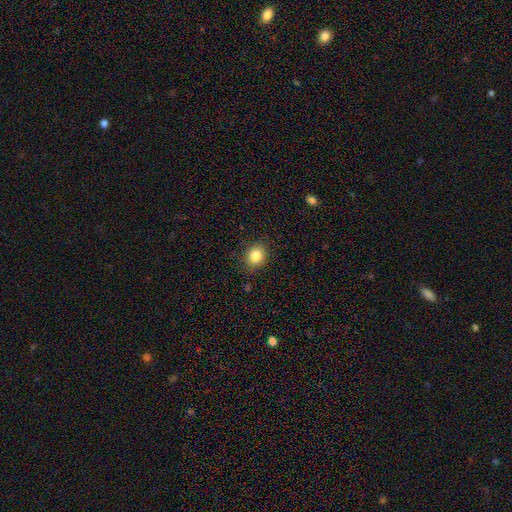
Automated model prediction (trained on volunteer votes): Smooth or featured: smooth — 84% (star or artifact — 10%)
How rounded: round — 61% (in between — 38%)
Merging: none — 88% (minor disturbance — 9%)